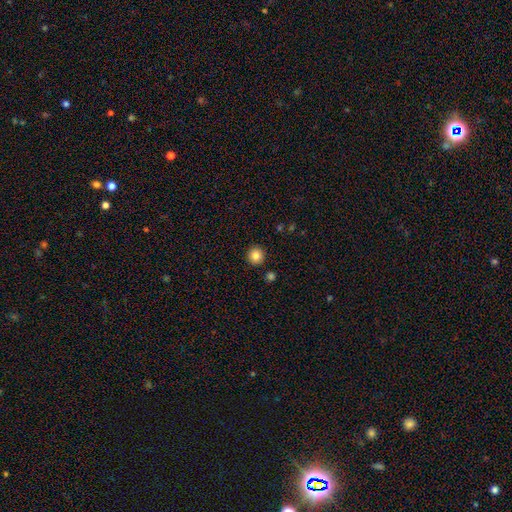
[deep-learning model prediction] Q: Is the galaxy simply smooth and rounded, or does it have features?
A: smooth — 84%.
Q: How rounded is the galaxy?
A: round — 95%.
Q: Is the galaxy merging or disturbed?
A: none — 92%.